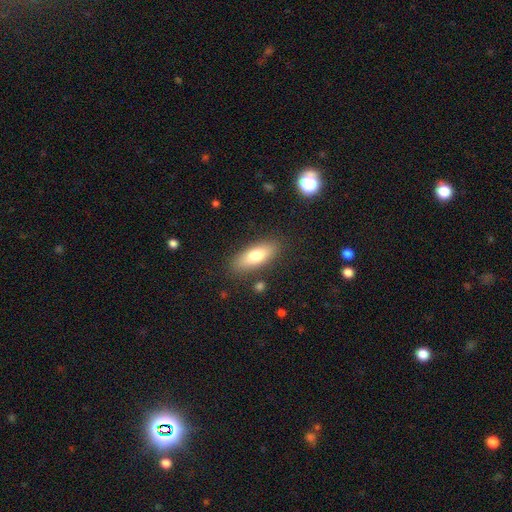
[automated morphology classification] smooth 74%, featured or disk 19%, star or artifact 7%. Down the decision tree: how rounded — in between (72%); merging — none (85%).